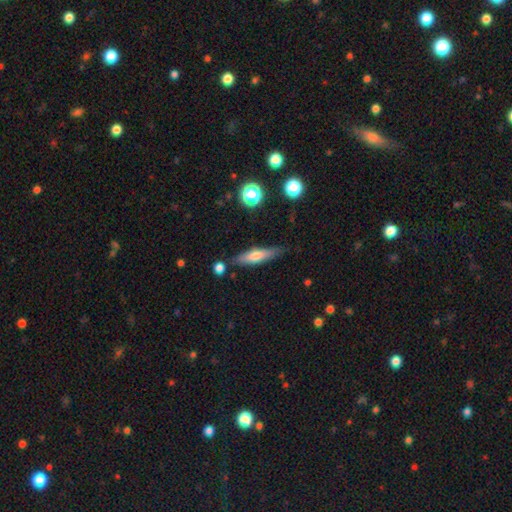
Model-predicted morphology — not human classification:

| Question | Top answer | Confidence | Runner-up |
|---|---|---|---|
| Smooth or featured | smooth | 57% | featured or disk (36%) |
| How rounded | cigar-shaped | 74% | in between (24%) |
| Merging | none | 78% | minor disturbance (15%) |